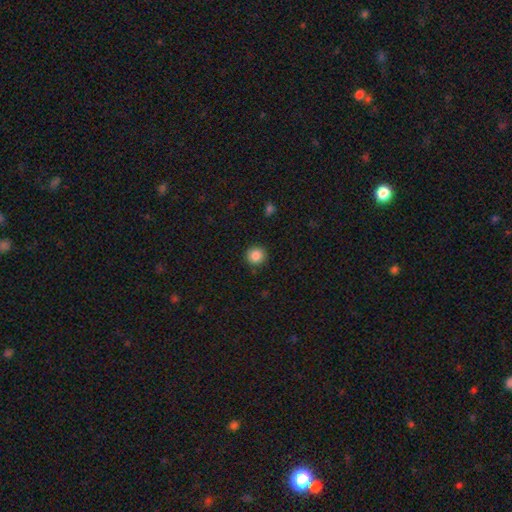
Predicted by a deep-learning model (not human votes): Smooth or featured? smooth (86%)
How rounded? round (94%)
Merging? none (91%)